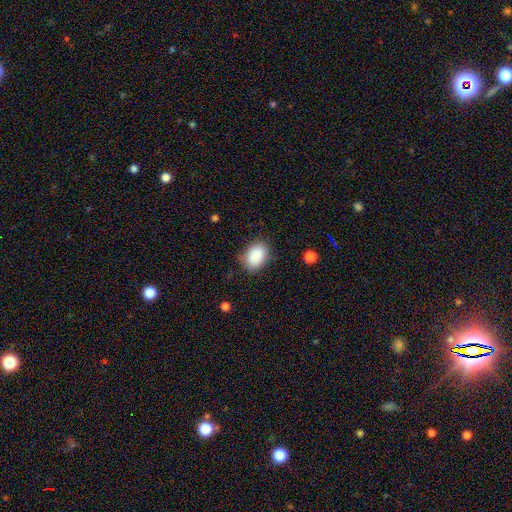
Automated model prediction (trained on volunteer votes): Smooth or featured? Predicted: smooth (p=0.89). How rounded? Predicted: in between (p=0.81). Merging? Predicted: none (p=0.81).